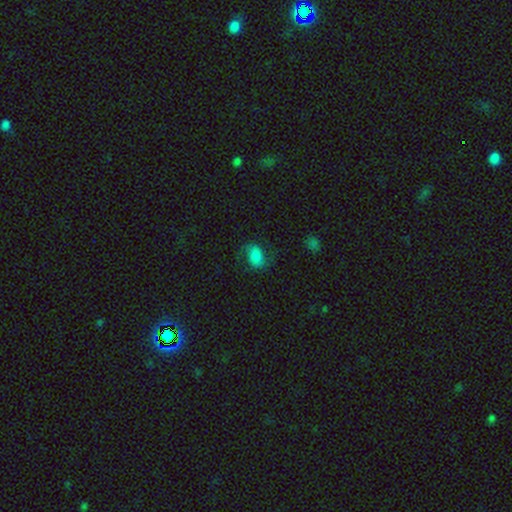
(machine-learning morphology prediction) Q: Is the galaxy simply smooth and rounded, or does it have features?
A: smooth — 48%.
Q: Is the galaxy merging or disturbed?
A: none — 67%.